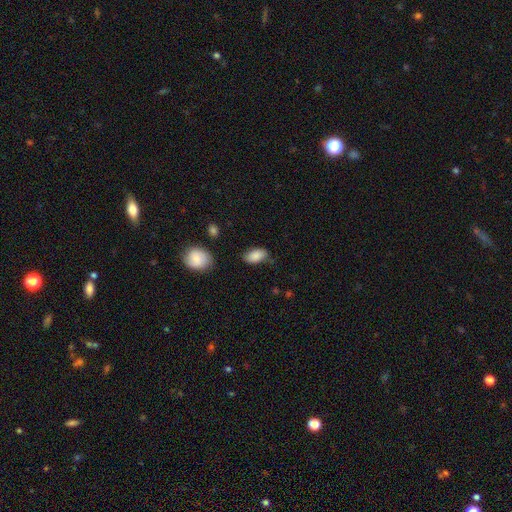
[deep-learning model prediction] A smooth galaxy with no disk features (86%) that is in between round and cigar-shaped (93%). Merging: none (69%).